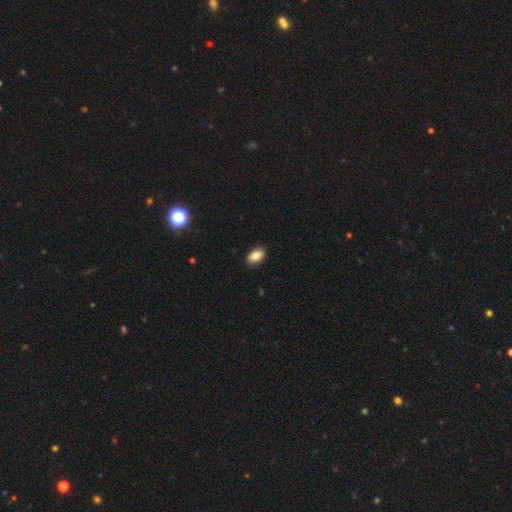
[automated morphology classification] type=smooth (84%); roundness=in between (92%); merging=none (90%).